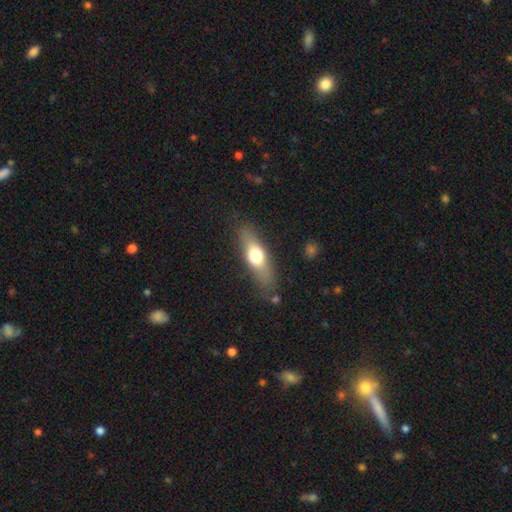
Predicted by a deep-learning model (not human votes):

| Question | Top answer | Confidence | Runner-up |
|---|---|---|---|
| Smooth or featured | smooth | 59% | featured or disk (35%) |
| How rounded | in between | 48% | tied: cigar-shaped (48%) |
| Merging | none | 79% | minor disturbance (14%) |